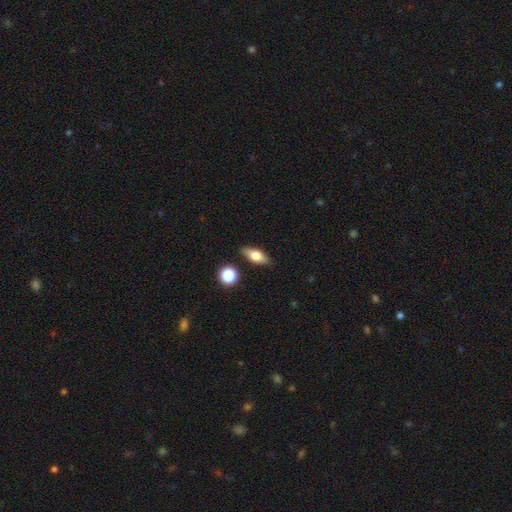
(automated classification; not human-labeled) Q: Smooth or featured?
A: smooth (62%); runner-up: featured or disk (30%)
Q: How rounded?
A: in between (71%); runner-up: cigar-shaped (22%)
Q: Merging?
A: none (84%); runner-up: minor disturbance (10%)